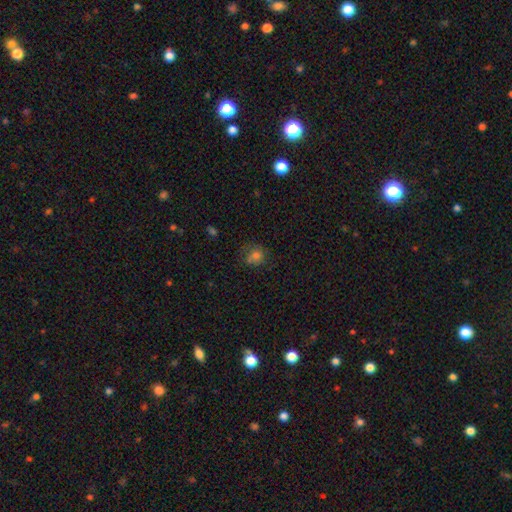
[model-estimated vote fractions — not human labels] This is likely a smooth galaxy (73%). How rounded: likely round (75%). Merging: possibly none (52%).